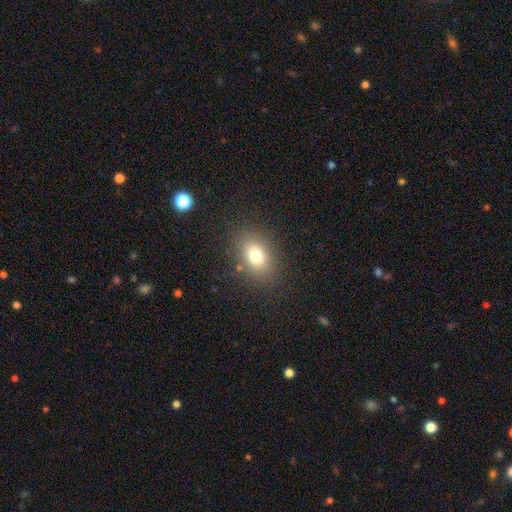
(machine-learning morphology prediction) This appears to be a smooth galaxy with no disk features (77%) that is in between round and cigar-shaped (77%). Merging: none (83%).